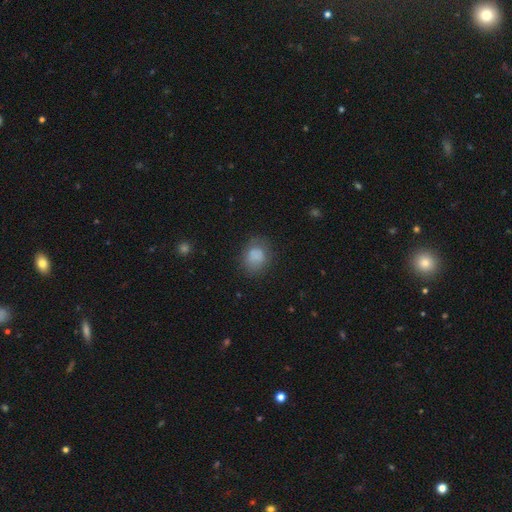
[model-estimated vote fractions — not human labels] A smooth galaxy with no disk features (79%) that is round (59%).

Vote fractions:
- Smooth or featured? smooth: 79% / featured or disk: 11% / star or artifact: 10%
- How rounded? round: 59% / in between: 40% / cigar-shaped: 1%
- Merging? none: 67% / minor disturbance: 21% / major disturbance: 10% / merger: 2%